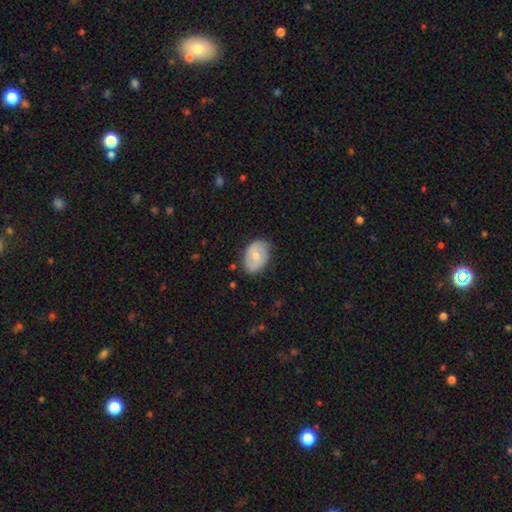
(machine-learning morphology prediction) Overall: smooth (61%; featured or disk 33%). How rounded: in between (81%). Merging: none (77%).